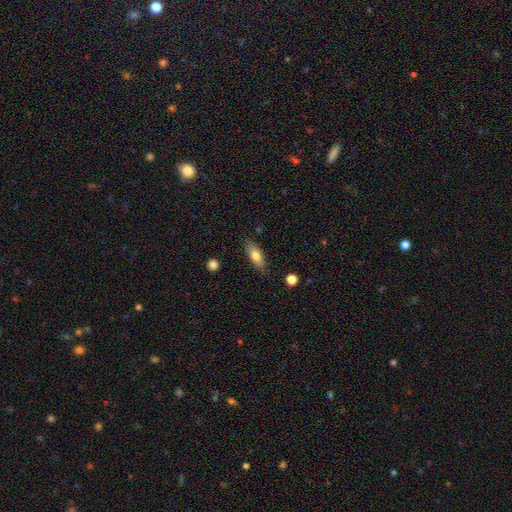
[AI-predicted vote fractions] Smooth or featured: smooth — 74% (featured or disk — 19%)
How rounded: in between — 70% (cigar-shaped — 27%)
Merging: none — 84% (minor disturbance — 12%)